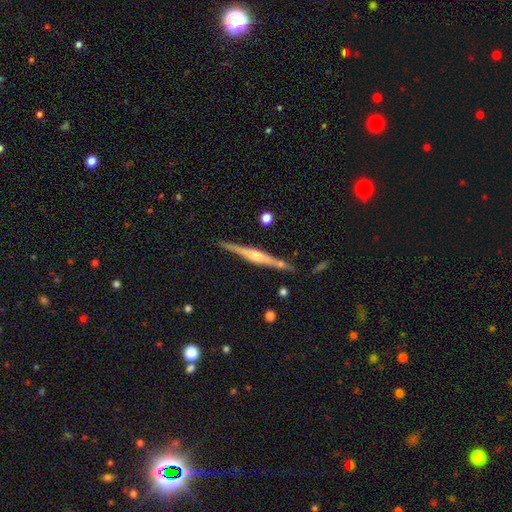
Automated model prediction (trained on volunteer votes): smooth_or_featured: featured or disk (p=0.77) [alt: smooth p=0.17]
disk_edge_on: yes (p=0.98) [alt: no p=0.02]
edge_on_bulge: rounded (p=0.70) [alt: boxy p=0.22]
merging: none (p=0.85) [alt: minor disturbance p=0.10]